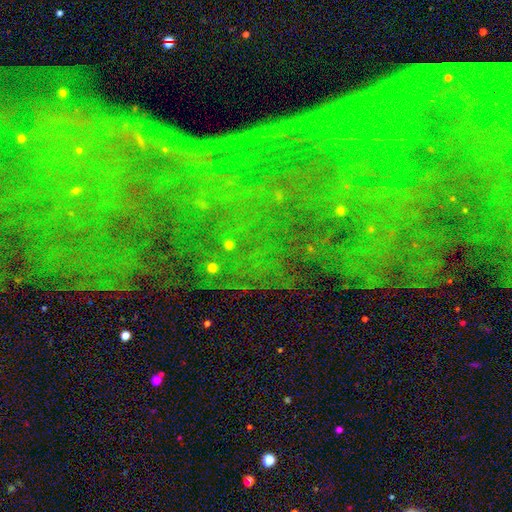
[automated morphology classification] Smooth or featured? Predicted: star or artifact (p=0.81).